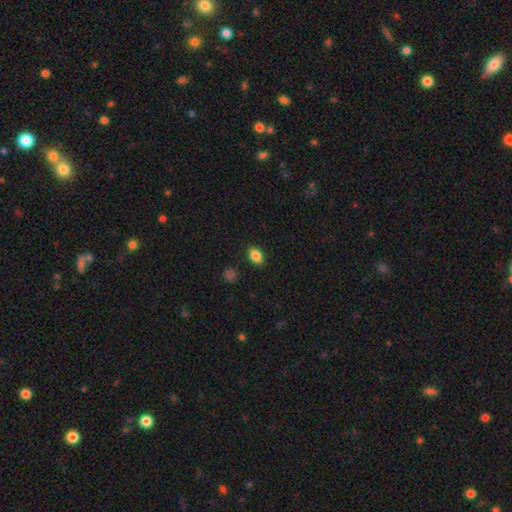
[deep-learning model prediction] A smooth galaxy with no disk features (86%) that is in between round and cigar-shaped (79%).

Vote fractions:
- Smooth or featured? smooth: 86% / star or artifact: 9% / featured or disk: 5%
- How rounded? in between: 79% / round: 19% / cigar-shaped: 1%
- Merging? none: 87% / minor disturbance: 9% / major disturbance: 2% / merger: 2%